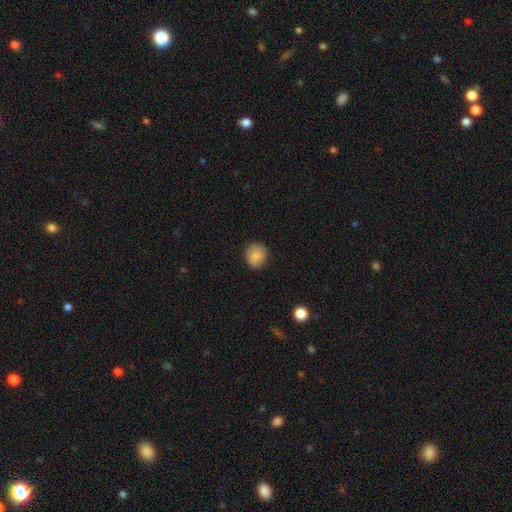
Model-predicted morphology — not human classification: smooth 83%, featured or disk 9%, star or artifact 8%. Down the decision tree: how rounded — round (77%); merging — none (82%).